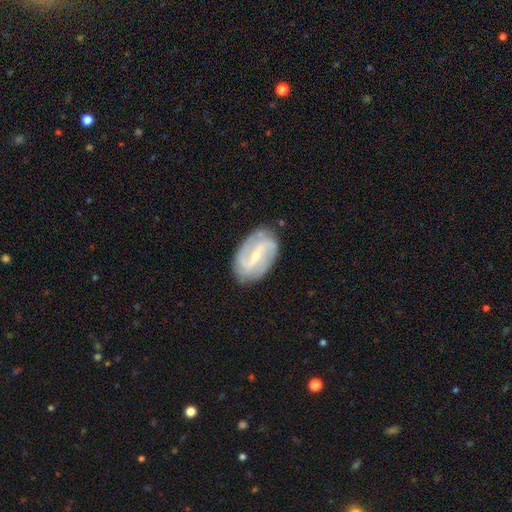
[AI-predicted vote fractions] Smooth or featured: featured or disk — 86% (smooth — 9%)
Edge-on disk: no — 96% (yes — 4%)
Bar: weak — 43% (strong — 40%)
Spiral arms: yes — 95% (no — 5%)
Spiral winding: medium — 41% (loose — 37%)
Spiral arm count: 2 — 75% (3 — 9%)
Bulge size: small — 70% (moderate — 27%)
Merging: none — 81% (minor disturbance — 14%)